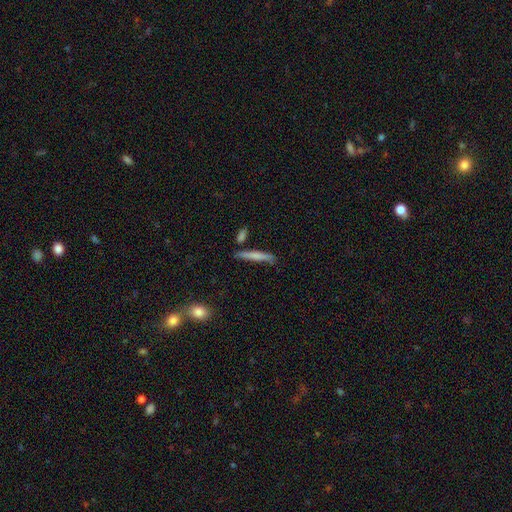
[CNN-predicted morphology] This appears to be a smooth galaxy with no disk features (71%) that is cigar-shaped (93%). Merging: none (77%).